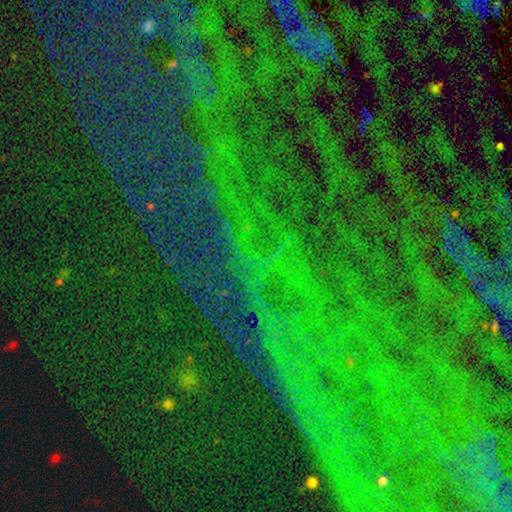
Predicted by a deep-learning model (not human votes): Smooth or featured? Predicted: star or artifact (p=0.84).